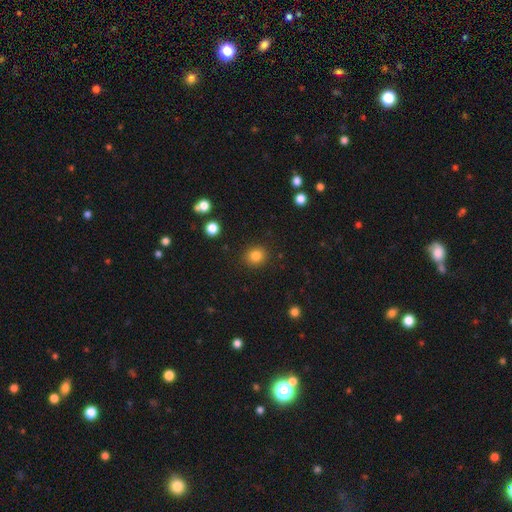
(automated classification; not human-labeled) The model was most divided on "how rounded": round: 82%, in between: 18%, cigar-shaped: 1%. More confident: merging — none (90%); smooth or featured — smooth (84%).